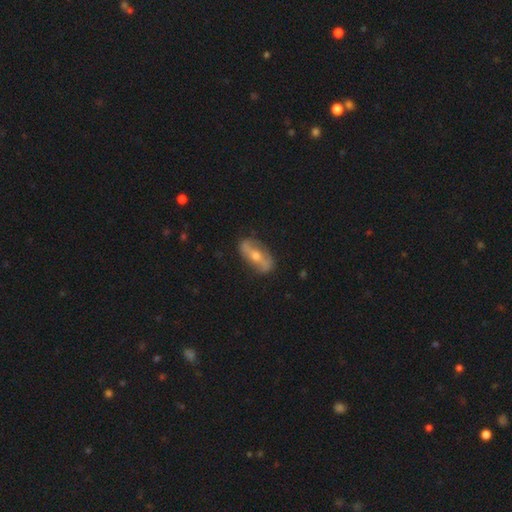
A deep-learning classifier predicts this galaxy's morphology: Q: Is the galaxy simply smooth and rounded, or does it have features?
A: featured or disk — 72%.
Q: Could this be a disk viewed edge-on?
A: no — 78%.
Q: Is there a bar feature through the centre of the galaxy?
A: strong — 48%.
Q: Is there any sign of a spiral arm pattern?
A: yes — 68%.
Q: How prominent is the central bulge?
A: moderate — 64%.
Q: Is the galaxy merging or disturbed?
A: none — 80%.